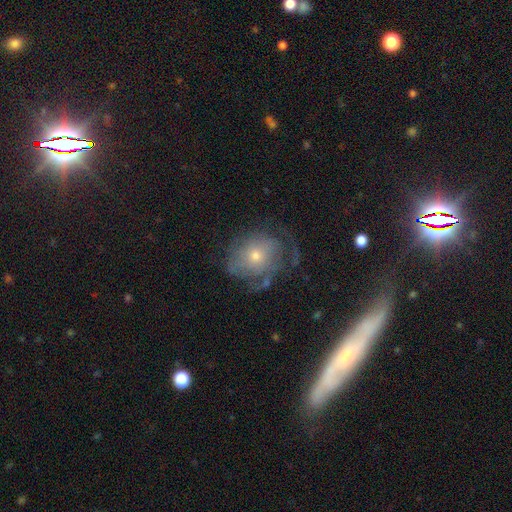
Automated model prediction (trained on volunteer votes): Smooth or featured? Predicted: featured or disk (p=0.52). Edge-on disk? Predicted: no (p=0.95). Merging? Predicted: none (p=0.48).